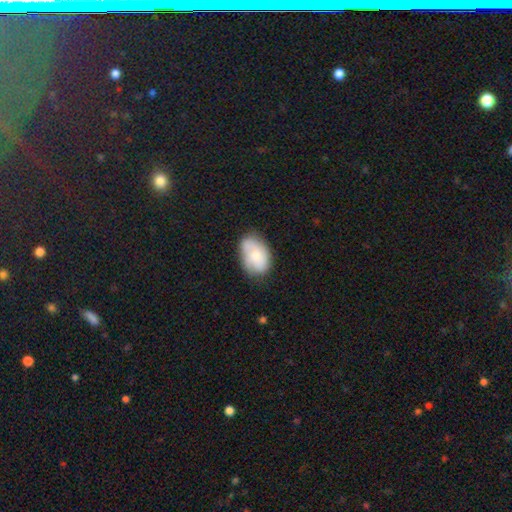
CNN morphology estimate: Smooth or featured: smooth — 55% (featured or disk — 39%)
How rounded: in between — 84% (round — 15%)
Merging: none — 58% (minor disturbance — 30%)